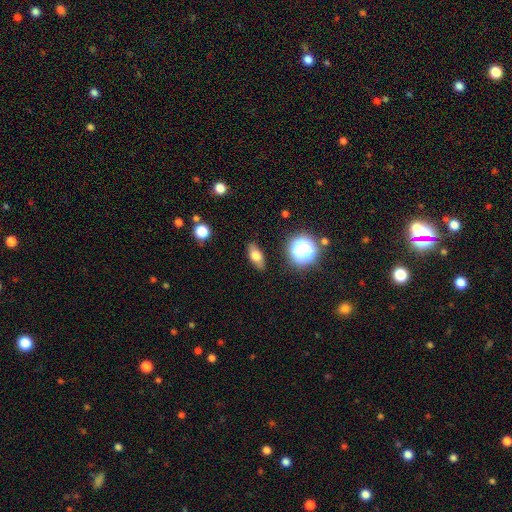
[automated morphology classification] smooth_or_featured: smooth (p=0.69) [alt: featured or disk p=0.21]
how_rounded: in between (p=0.78) [alt: cigar-shaped p=0.13]
merging: none (p=0.85) [alt: minor disturbance p=0.11]